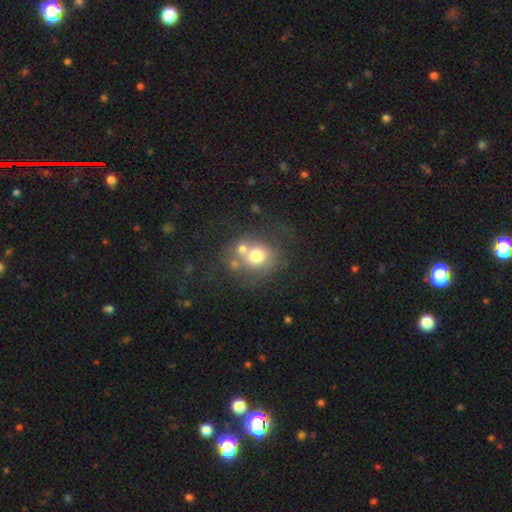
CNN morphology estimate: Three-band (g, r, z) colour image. It shows a smooth galaxy with no disk features (64%) that is round (75%). Merging: none (39%).